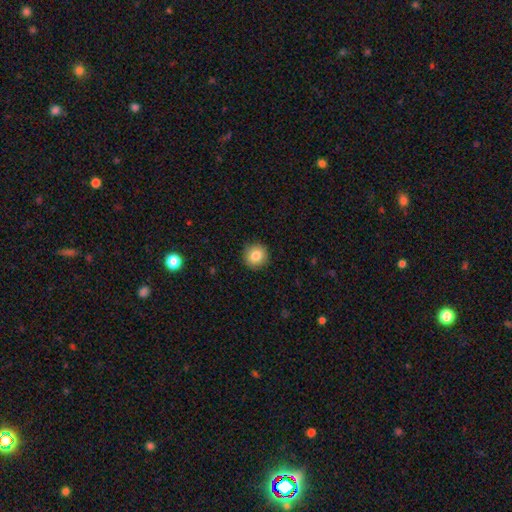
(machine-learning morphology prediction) smooth 83%, star or artifact 9%, featured or disk 7%. Down the decision tree: how rounded — round (93%); merging — none (92%).